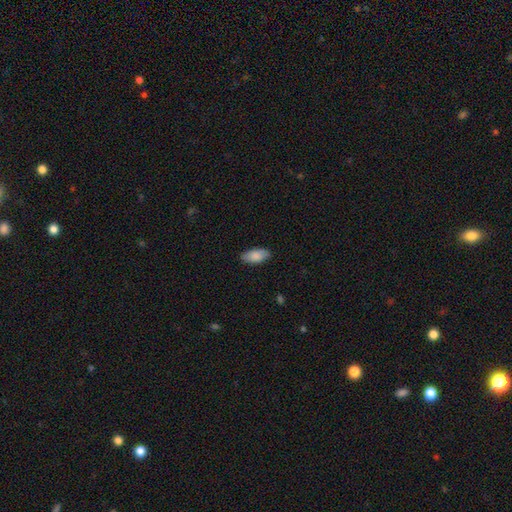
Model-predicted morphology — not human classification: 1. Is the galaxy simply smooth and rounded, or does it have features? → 85% smooth, 9% featured or disk, 6% star or artifact.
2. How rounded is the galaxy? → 89% in between, 9% cigar-shaped, 2% round.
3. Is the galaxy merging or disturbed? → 85% none, 12% minor disturbance, 2% major disturbance, 1% merger.